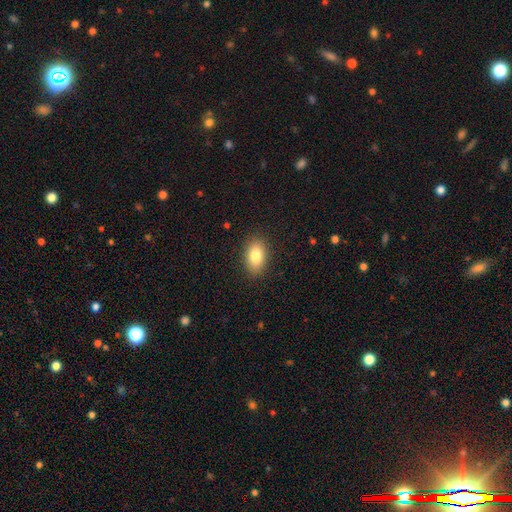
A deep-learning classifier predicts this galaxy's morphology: This appears to be a smooth galaxy with no disk features (82%) that is in between round and cigar-shaped (89%). Merging: none (88%).